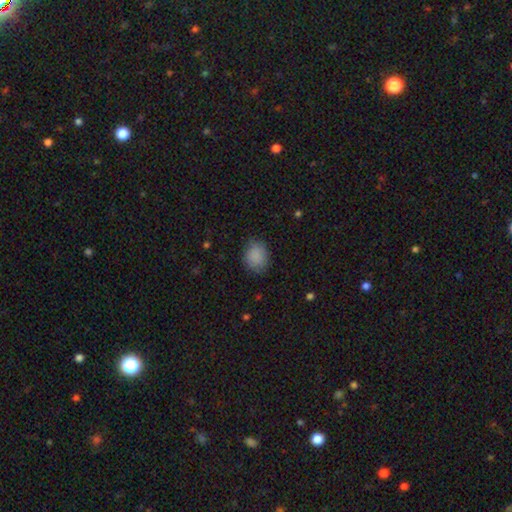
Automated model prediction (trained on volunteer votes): Overall: smooth (87%). How rounded: round (55%; in between 44%). Merging: none (80%).